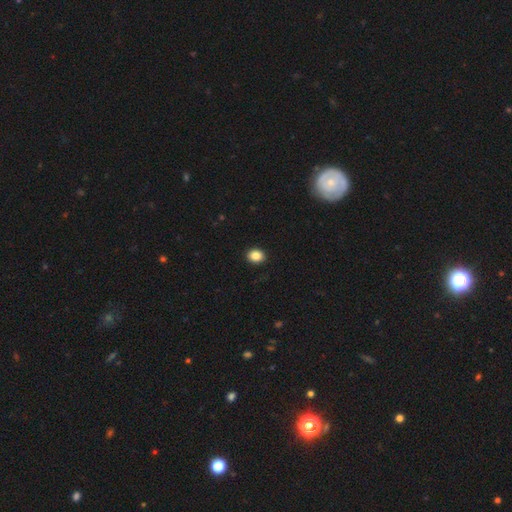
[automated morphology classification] The model was most divided on "how rounded": round: 51%, in between: 48%, cigar-shaped: 1%. More confident: merging — none (92%); smooth or featured — smooth (86%).